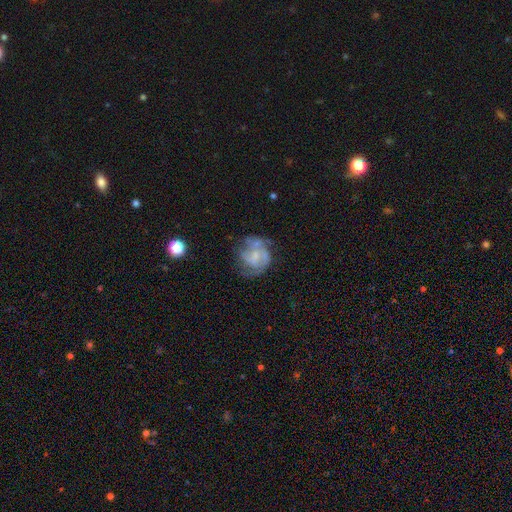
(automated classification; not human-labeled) Smooth or featured?
  - featured or disk: 67% *
  - smooth: 25%
  - star or artifact: 8%
Edge-on disk?
  - no: 98% *
  - yes: 2%
Bar?
  - no: 62% *
  - weak: 32%
  - strong: 6%
Spiral arms?
  - yes: 76% *
  - no: 24%
Bulge size?
  - small: 54% *
  - moderate: 25%
  - none: 18%
  - large: 2%
  - dominant: 1%
Merging?
  - none: 47% *
  - minor disturbance: 24%
  - major disturbance: 20%
  - merger: 9%